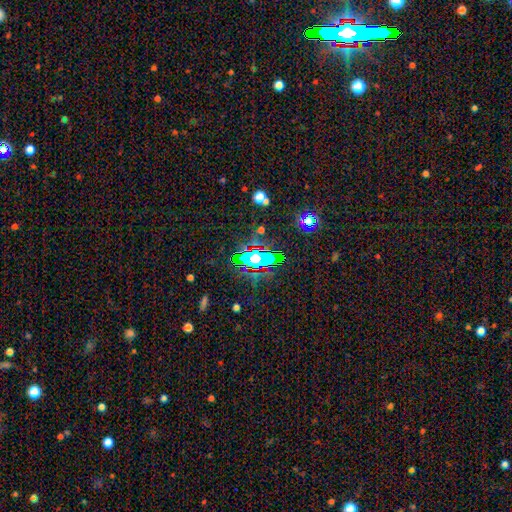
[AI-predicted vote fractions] Smooth or featured? star or artifact (64%)